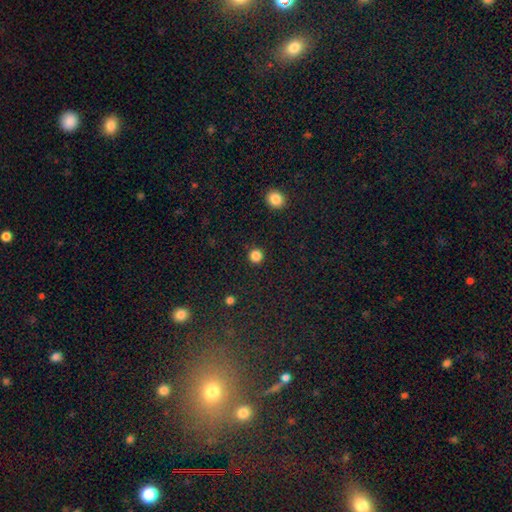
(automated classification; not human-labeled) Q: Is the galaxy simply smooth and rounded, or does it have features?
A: smooth — 85%.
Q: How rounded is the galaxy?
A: round — 95%.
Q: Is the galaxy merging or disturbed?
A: none — 92%.